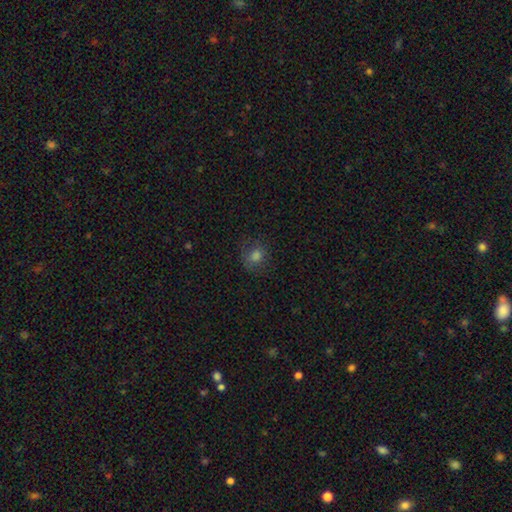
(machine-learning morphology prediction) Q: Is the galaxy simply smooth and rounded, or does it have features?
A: smooth — 71%.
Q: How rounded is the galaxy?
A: round — 71%.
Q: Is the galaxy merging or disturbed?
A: none — 69%.